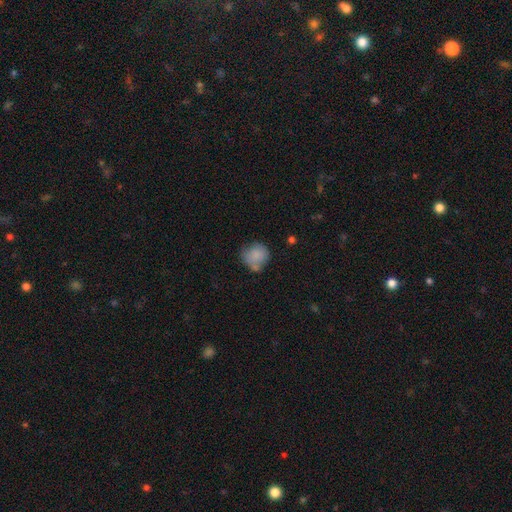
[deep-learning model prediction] This is clearly a smooth galaxy (82%). How rounded: clearly round (85%). Merging: possibly none (54%).